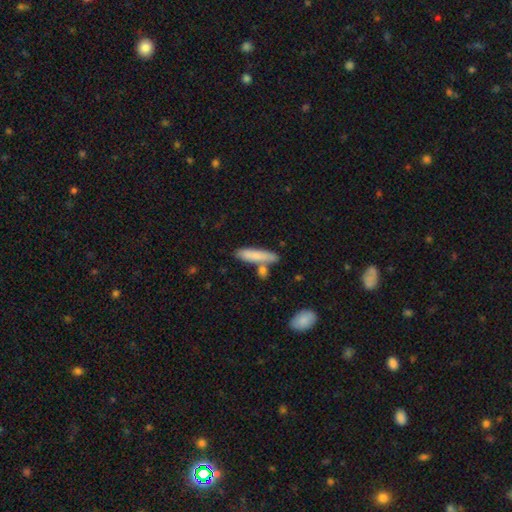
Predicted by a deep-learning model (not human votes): The model was most divided on "merging": none: 67%, merger: 15%, minor disturbance: 15%, major disturbance: 4%. More confident: how rounded — cigar-shaped (80%); smooth or featured — smooth (79%).